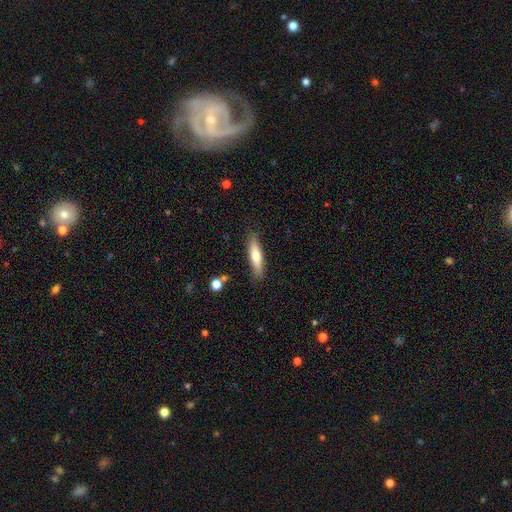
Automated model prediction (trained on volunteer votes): smooth-or-featured: smooth: 64% | featured or disk: 29% | star or artifact: 6%
  how-rounded: cigar-shaped: 74% | in between: 25% | round: 2%
  merging: none: 85% | minor disturbance: 11% | major disturbance: 2% | merger: 2%